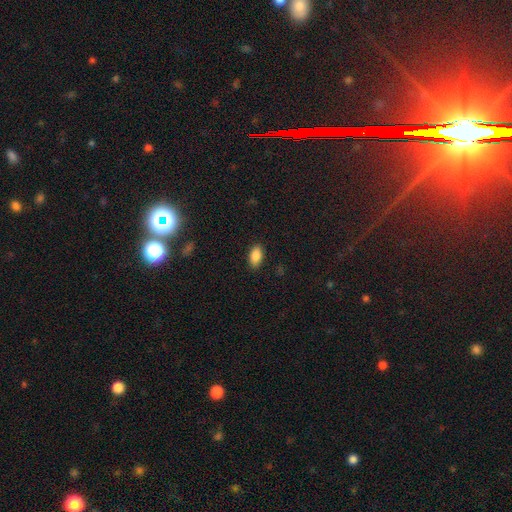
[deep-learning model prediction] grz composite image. It shows a smooth galaxy with no disk features (88%) that is in between round and cigar-shaped (93%). Merging: none (88%).